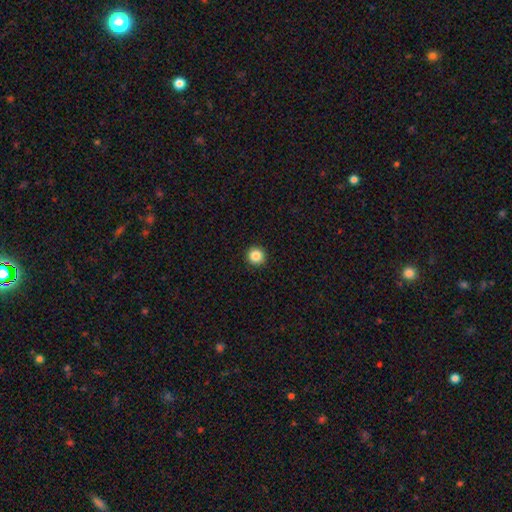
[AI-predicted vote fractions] This is clearly a smooth galaxy (85%). How rounded: clearly round (96%). Merging: clearly none (94%).